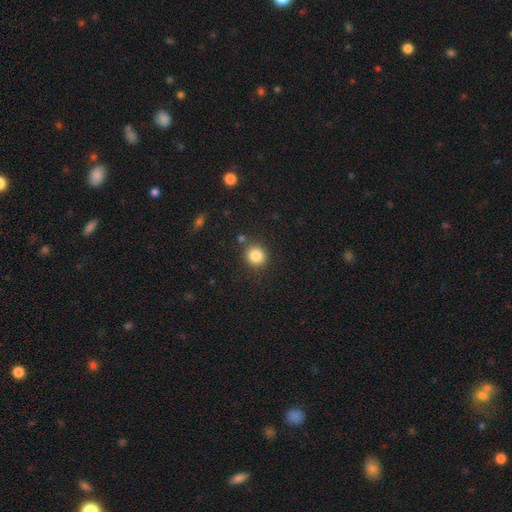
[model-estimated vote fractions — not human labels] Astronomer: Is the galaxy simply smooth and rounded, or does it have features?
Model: smooth — 84%.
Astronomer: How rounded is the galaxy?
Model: round — 88%.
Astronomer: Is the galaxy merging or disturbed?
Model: none — 84%.